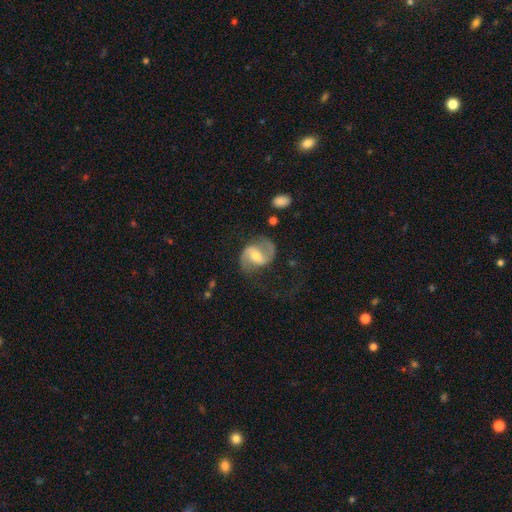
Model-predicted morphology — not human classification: A featured or disk galaxy (85%) with a weak bar (51%), 2 (92%) medium (53%) spiral arms (96%) and a moderate central bulge (60%).

Vote fractions:
- Smooth or featured? featured or disk: 85% / smooth: 10% / star or artifact: 5%
- Edge-on disk? no: 98% / yes: 2%
- Bar? weak: 51% / strong: 28% / no: 21%
- Spiral arms? yes: 96% / no: 4%
- Spiral winding? medium: 53% / loose: 34% / tight: 13%
- Spiral arm count? 2: 92% / can't tell: 3% / 1: 2% / 3: 1% / 4: 1% / more than 4: 1%
- Bulge size? moderate: 60% / small: 28% / large: 8% / none: 3% / dominant: 1%
- Merging? none: 69% / minor disturbance: 17% / major disturbance: 12% / merger: 2%